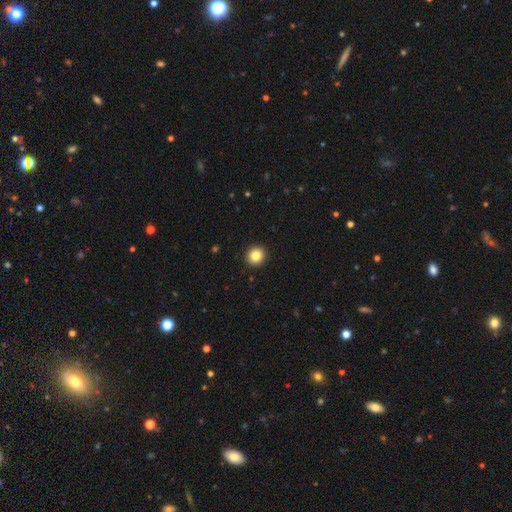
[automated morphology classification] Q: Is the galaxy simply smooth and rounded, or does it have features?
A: smooth — 84%.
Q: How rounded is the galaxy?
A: round — 90%.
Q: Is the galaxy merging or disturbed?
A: none — 93%.